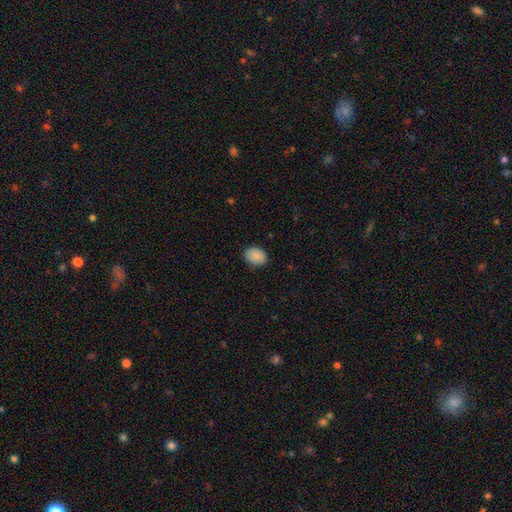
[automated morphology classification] A smooth galaxy with no disk features (87%) that is in between round and cigar-shaped (69%). Merging: none (83%).